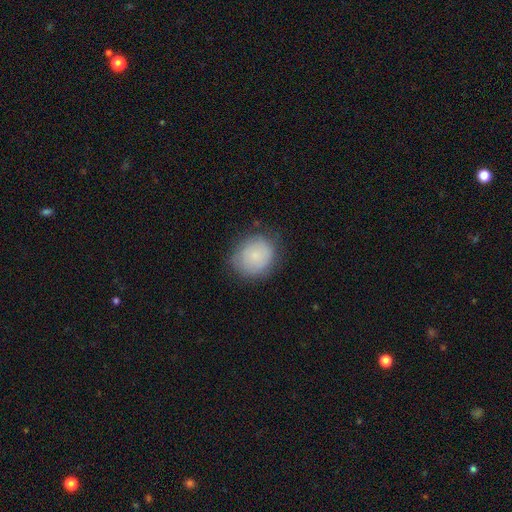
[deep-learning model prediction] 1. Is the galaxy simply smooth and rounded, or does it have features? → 80% smooth, 12% featured or disk, 7% star or artifact.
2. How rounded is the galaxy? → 78% round, 21% in between, 1% cigar-shaped.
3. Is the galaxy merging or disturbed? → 75% none, 19% minor disturbance, 5% major disturbance, 1% merger.